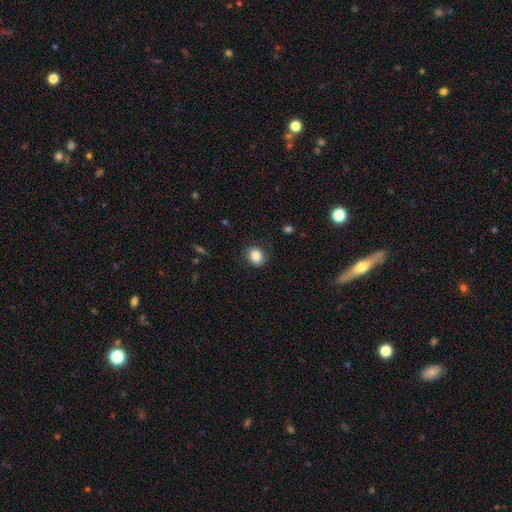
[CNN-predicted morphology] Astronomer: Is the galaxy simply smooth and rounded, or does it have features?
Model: smooth — 85%.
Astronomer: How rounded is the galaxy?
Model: round — 66%.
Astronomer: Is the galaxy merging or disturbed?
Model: none — 82%.